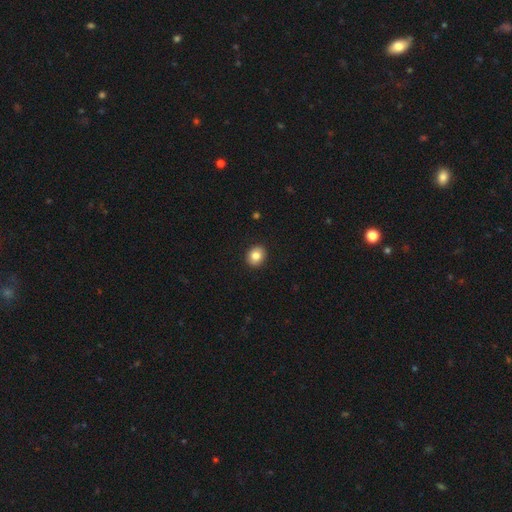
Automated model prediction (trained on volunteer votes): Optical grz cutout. It shows a smooth galaxy with no disk features (84%) that is round (66%). Merging: none (92%).